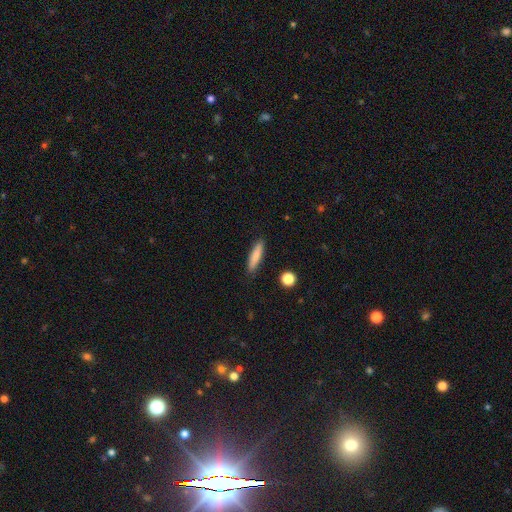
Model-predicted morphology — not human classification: Smooth or featured?
  - smooth: 82% *
  - featured or disk: 11%
  - star or artifact: 7%
How rounded?
  - cigar-shaped: 82% *
  - in between: 17%
  - round: 2%
Merging?
  - none: 89% *
  - minor disturbance: 8%
  - major disturbance: 2%
  - merger: 1%